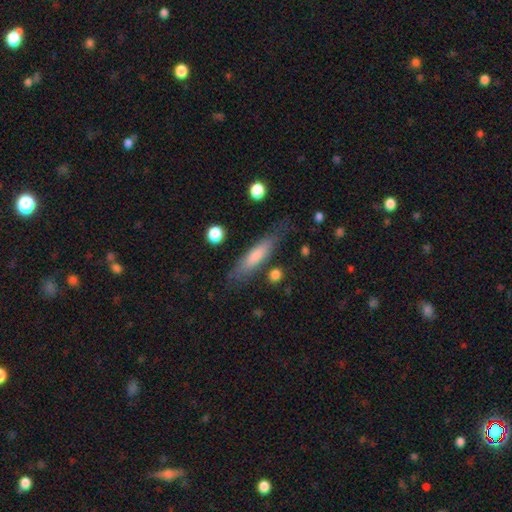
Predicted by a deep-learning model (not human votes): Q: Smooth or featured?
A: smooth (65%); runner-up: featured or disk (28%)
Q: How rounded?
A: cigar-shaped (78%); runner-up: in between (20%)
Q: Merging?
A: none (76%); runner-up: minor disturbance (16%)